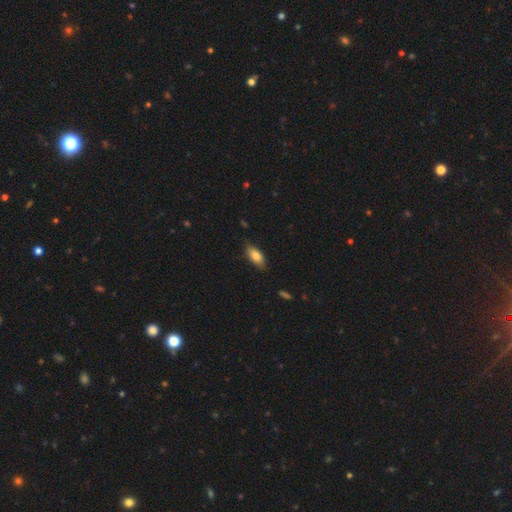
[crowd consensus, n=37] A smooth galaxy with no disk features (78%) that is in between round and cigar-shaped (97%).

Vote fractions:
- Smooth or featured? smooth: 78% / featured or disk: 16% / star or artifact: 5%
- How rounded? in between: 97% / cigar-shaped: 3% / round: 0%
- Merging? none: 63% / minor disturbance: 37% / major disturbance: 0% / merger: 0%